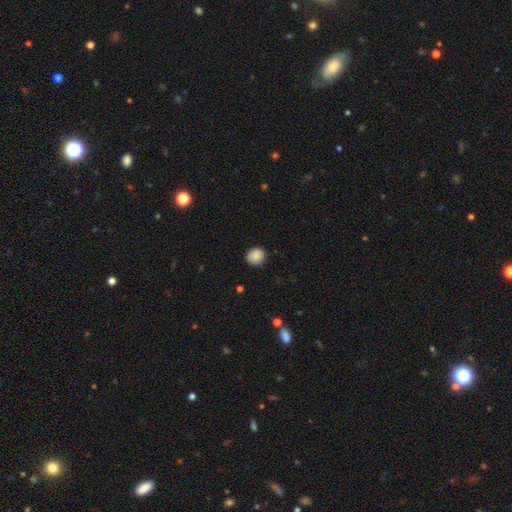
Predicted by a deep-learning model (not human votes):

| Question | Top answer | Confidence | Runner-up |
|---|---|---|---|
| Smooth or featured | smooth | 87% | star or artifact (8%) |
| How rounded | round | 88% | in between (11%) |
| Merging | none | 87% | minor disturbance (10%) |